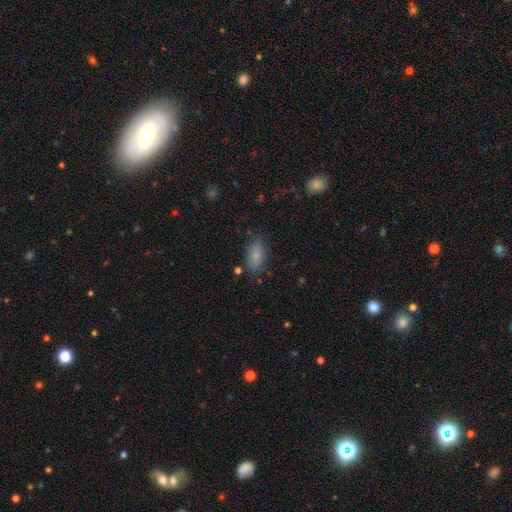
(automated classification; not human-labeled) Overall: smooth (79%). How rounded: in between (89%). Merging: none (80%).